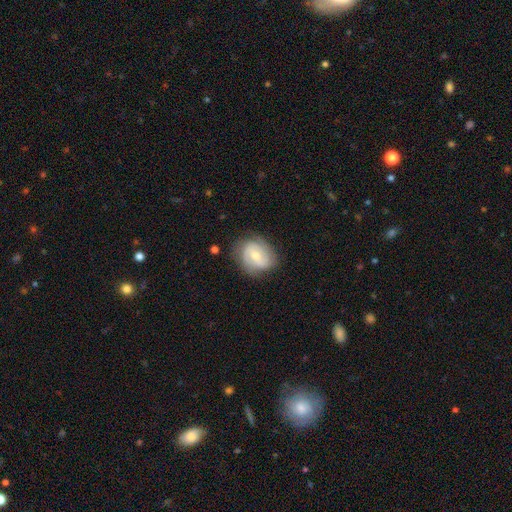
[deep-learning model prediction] Smooth or featured? Predicted: featured or disk (p=0.58). Edge-on disk? Predicted: no (p=0.96). Bar? Predicted: weak (p=0.47). Spiral arms? Predicted: yes (p=0.75). Bulge size? Predicted: moderate (p=0.59). Merging? Predicted: none (p=0.71).